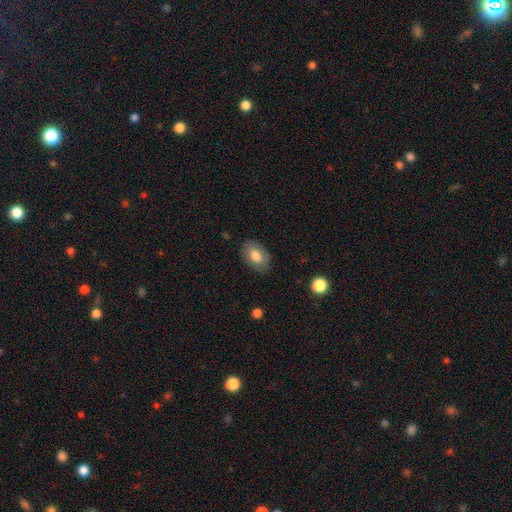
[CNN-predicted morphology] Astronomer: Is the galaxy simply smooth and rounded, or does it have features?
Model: smooth — 72%.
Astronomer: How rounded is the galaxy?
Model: in between — 86%.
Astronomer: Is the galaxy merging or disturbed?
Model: none — 82%.